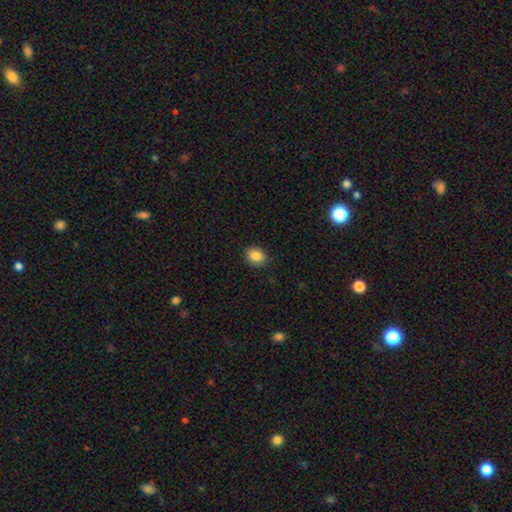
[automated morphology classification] Smooth or featured: smooth — 85% (star or artifact — 10%)
How rounded: round — 52% (in between — 47%)
Merging: none — 88% (minor disturbance — 9%)